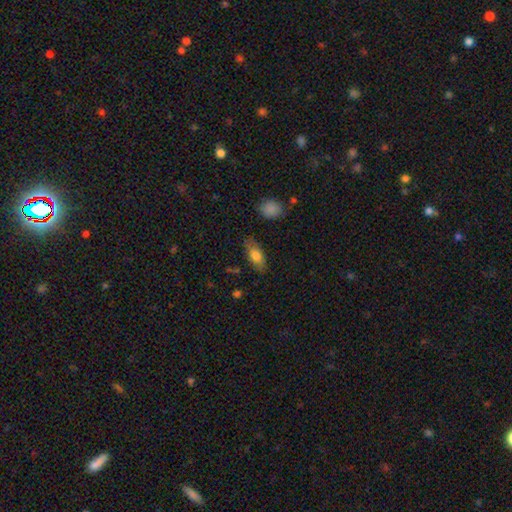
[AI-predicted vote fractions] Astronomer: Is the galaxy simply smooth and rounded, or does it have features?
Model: smooth — 75%.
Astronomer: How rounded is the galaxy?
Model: in between — 82%.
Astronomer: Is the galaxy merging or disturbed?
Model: none — 81%.